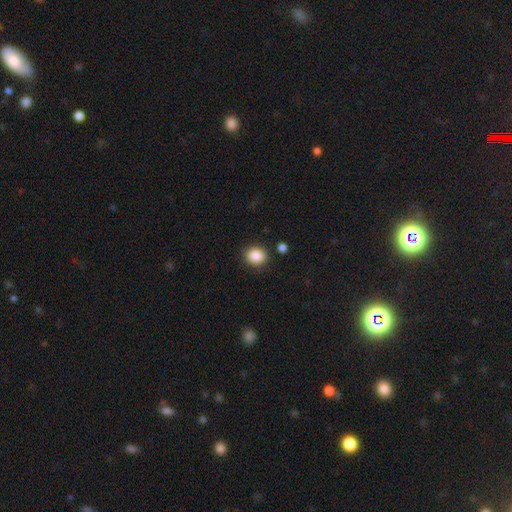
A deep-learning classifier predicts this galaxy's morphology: Q: Smooth or featured?
A: smooth (87%); runner-up: star or artifact (9%)
Q: How rounded?
A: round (64%); runner-up: in between (35%)
Q: Merging?
A: none (86%); runner-up: minor disturbance (9%)